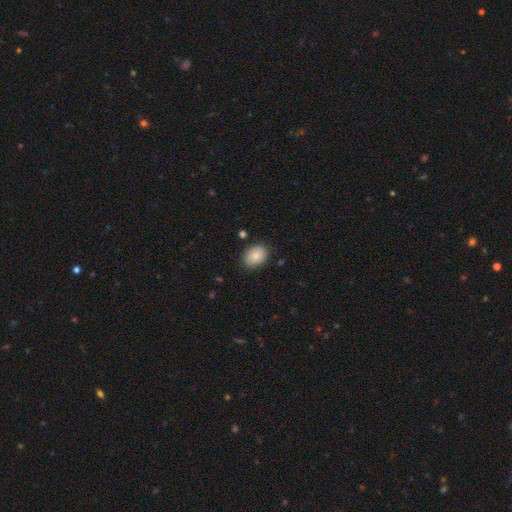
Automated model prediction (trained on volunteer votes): Overall: smooth (80%). How rounded: in between (61%; round 39%). Merging: none (82%).